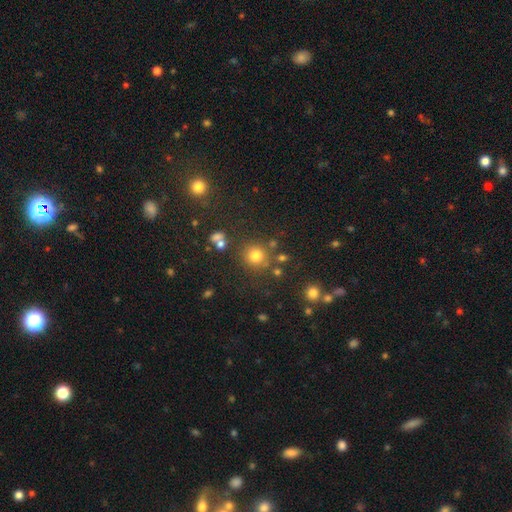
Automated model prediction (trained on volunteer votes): This appears to be a smooth galaxy with no disk features (75%) that is round (91%). Merging: none (77%).